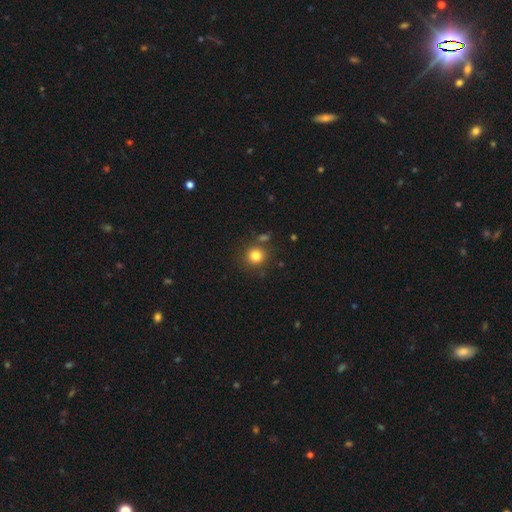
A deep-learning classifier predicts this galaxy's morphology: Smooth or featured? smooth (81%)
How rounded? round (91%)
Merging? none (81%)